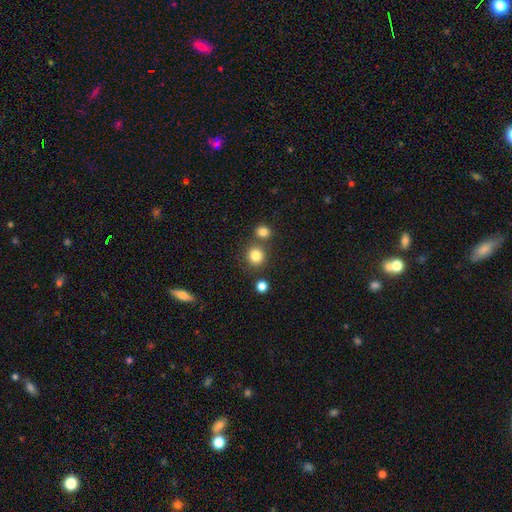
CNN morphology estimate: A smooth galaxy with no disk features (83%) that is round (91%). Merging: none (75%).